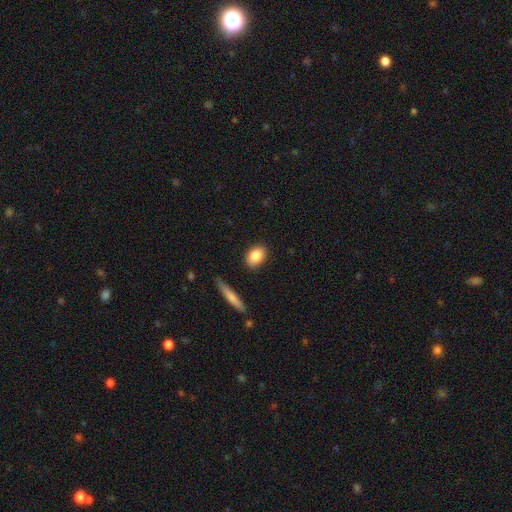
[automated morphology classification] A smooth galaxy with no disk features (85%) that is in between round and cigar-shaped (78%).

Vote fractions:
- Smooth or featured? smooth: 85% / featured or disk: 8% / star or artifact: 7%
- How rounded? in between: 78% / round: 18% / cigar-shaped: 3%
- Merging? none: 85% / minor disturbance: 10% / major disturbance: 2% / merger: 2%